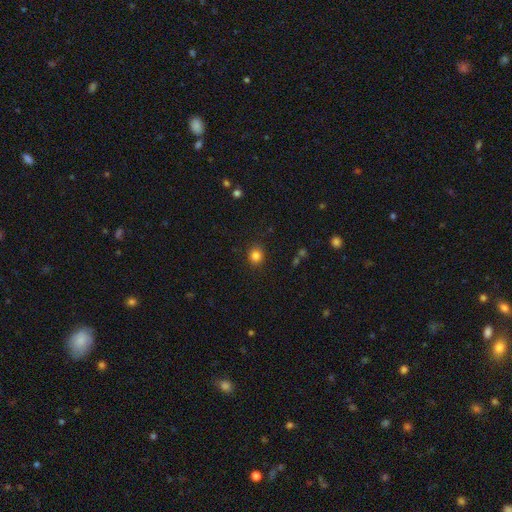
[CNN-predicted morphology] Smooth or featured: smooth — 83% (star or artifact — 12%)
How rounded: round — 84% (in between — 15%)
Merging: none — 88% (minor disturbance — 8%)